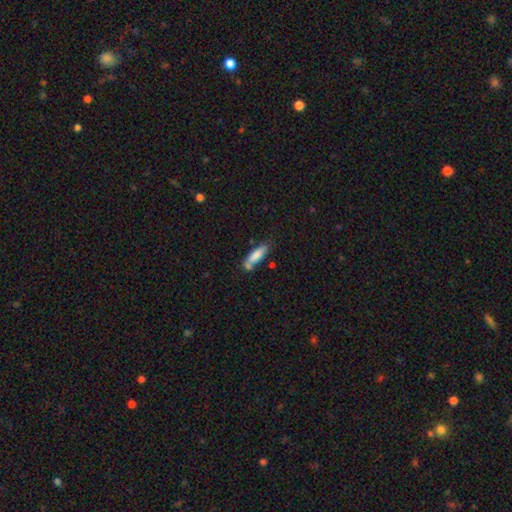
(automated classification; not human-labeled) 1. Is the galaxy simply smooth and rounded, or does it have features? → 79% smooth, 14% featured or disk, 7% star or artifact.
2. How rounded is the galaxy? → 56% cigar-shaped, 42% in between, 2% round.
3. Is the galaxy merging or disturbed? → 58% none, 21% minor disturbance, 16% merger, 5% major disturbance.